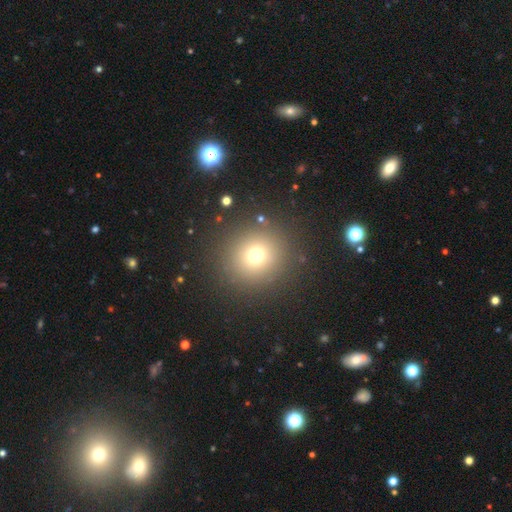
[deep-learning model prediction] The model was most divided on "smooth or featured": smooth: 70%, star or artifact: 20%, featured or disk: 10%. More confident: how rounded — round (92%); merging — none (88%).